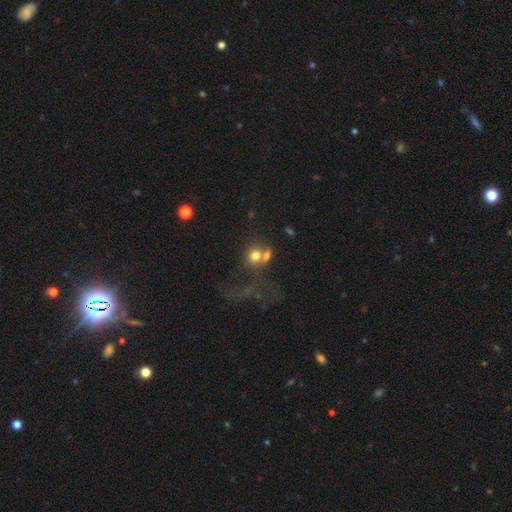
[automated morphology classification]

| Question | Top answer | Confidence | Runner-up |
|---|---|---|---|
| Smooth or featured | smooth | 67% | featured or disk (19%) |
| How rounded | round | 72% | in between (26%) |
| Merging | merger | 46% | none (26%) |